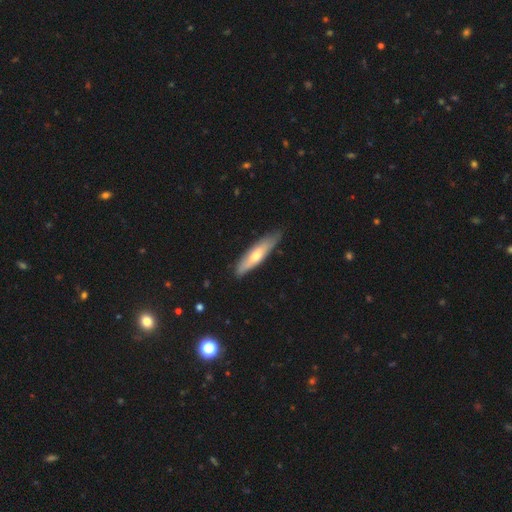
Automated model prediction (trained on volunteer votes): This appears to be a smooth galaxy with no disk features (50%) that is cigar-shaped (76%). Merging: none (81%).